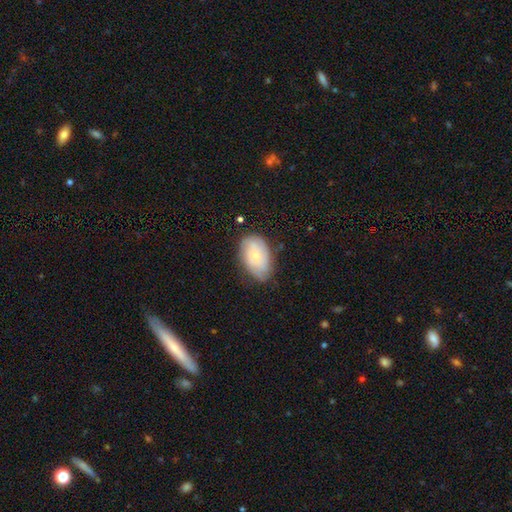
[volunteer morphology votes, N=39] A smooth galaxy with no disk features (51%) that is in between round and cigar-shaped (80%).

Vote fractions:
- Smooth or featured? smooth: 51% / featured or disk: 36% / star or artifact: 13%
- How rounded? in between: 80% / round: 10% / cigar-shaped: 10%
- Merging? none: 65% / minor disturbance: 26% / major disturbance: 6% / merger: 3%